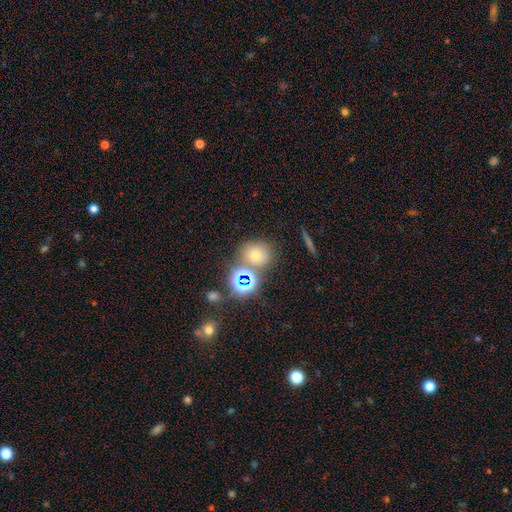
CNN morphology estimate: Smooth or featured: smooth — 64% (star or artifact — 25%)
How rounded: round — 71% (in between — 27%)
Merging: none — 69% (merger — 17%)